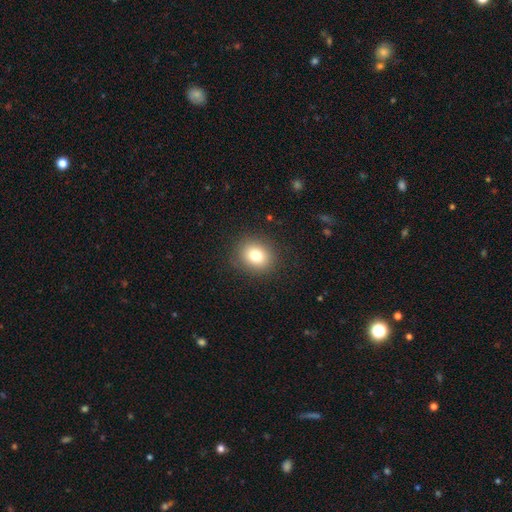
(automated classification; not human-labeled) Overall: smooth (79%). How rounded: round (71%). Merging: none (88%).